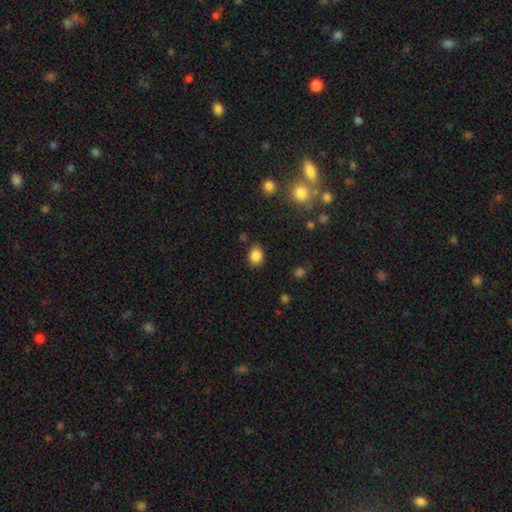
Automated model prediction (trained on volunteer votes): A smooth galaxy with no disk features (85%) that is in between round and cigar-shaped (59%). Merging: none (84%).